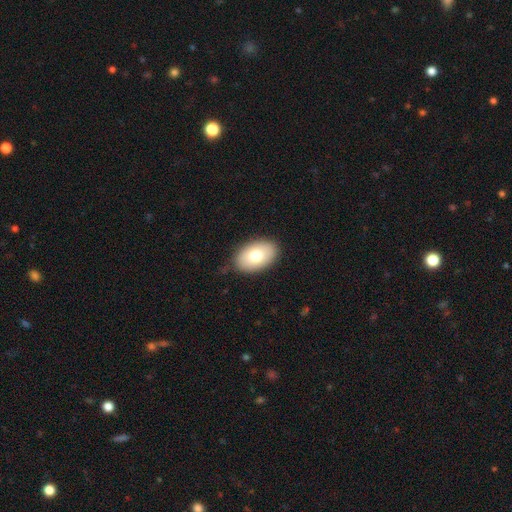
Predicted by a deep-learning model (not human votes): This appears to be a smooth galaxy with no disk features (76%) that is in between round and cigar-shaped (91%). Merging: none (85%).